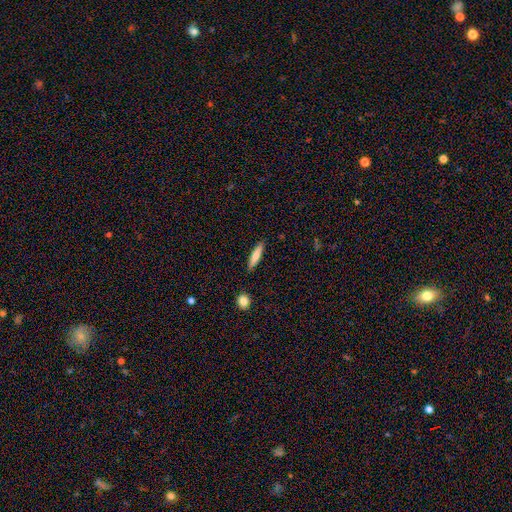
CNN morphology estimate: Smooth or featured?
  - smooth: 75% *
  - featured or disk: 19%
  - star or artifact: 6%
How rounded?
  - cigar-shaped: 85% *
  - in between: 14%
  - round: 2%
Merging?
  - none: 89% *
  - minor disturbance: 8%
  - major disturbance: 2%
  - merger: 2%